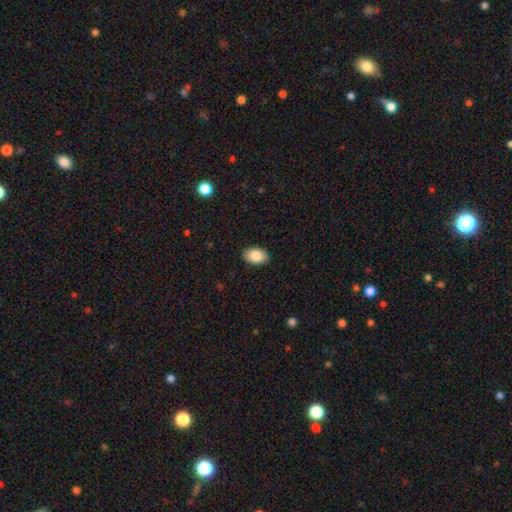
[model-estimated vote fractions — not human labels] Morphology: type=smooth (85%); roundness=in between (87%); merging=none (89%).